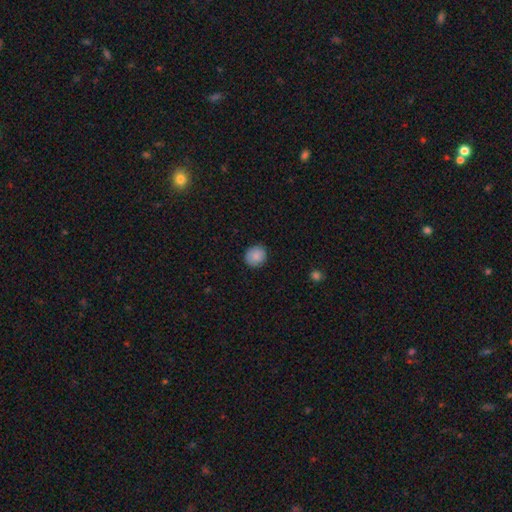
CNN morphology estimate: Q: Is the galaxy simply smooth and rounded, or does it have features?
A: smooth — 87%.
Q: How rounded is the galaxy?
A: round — 87%.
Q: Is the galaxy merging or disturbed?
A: none — 89%.